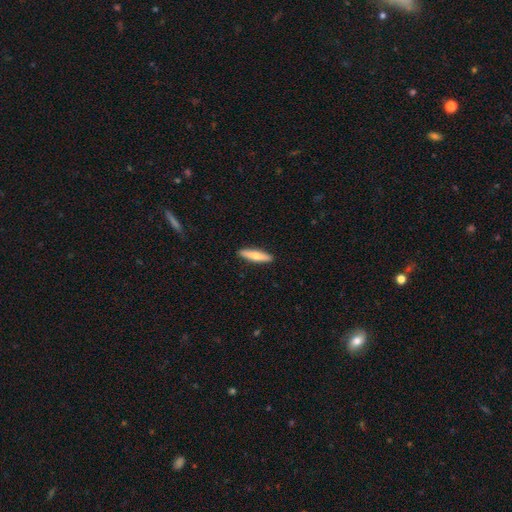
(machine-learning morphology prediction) Smooth or featured? smooth (66%)
How rounded? cigar-shaped (80%)
Merging? none (91%)